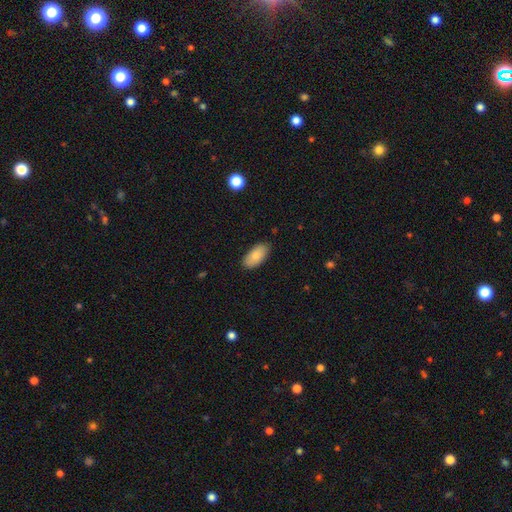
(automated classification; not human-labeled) Smooth or featured?
  - smooth: 82% *
  - featured or disk: 11%
  - star or artifact: 6%
How rounded?
  - in between: 93% *
  - cigar-shaped: 4%
  - round: 3%
Merging?
  - none: 84% *
  - minor disturbance: 12%
  - major disturbance: 2%
  - merger: 1%